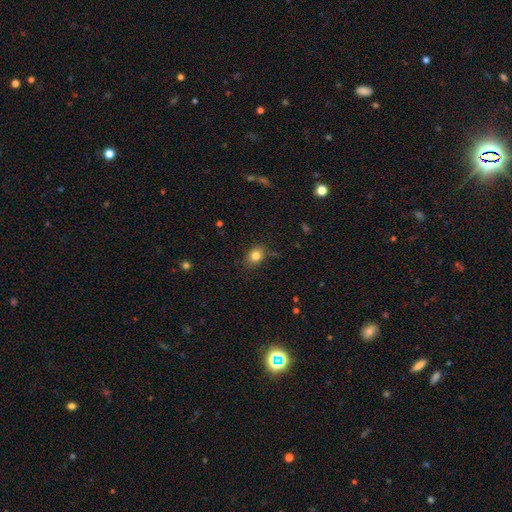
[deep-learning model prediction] Smooth or featured?
  - smooth: 82% *
  - star or artifact: 11%
  - featured or disk: 7%
How rounded?
  - in between: 58% *
  - round: 41%
  - cigar-shaped: 1%
Merging?
  - none: 78% *
  - minor disturbance: 16%
  - major disturbance: 4%
  - merger: 2%